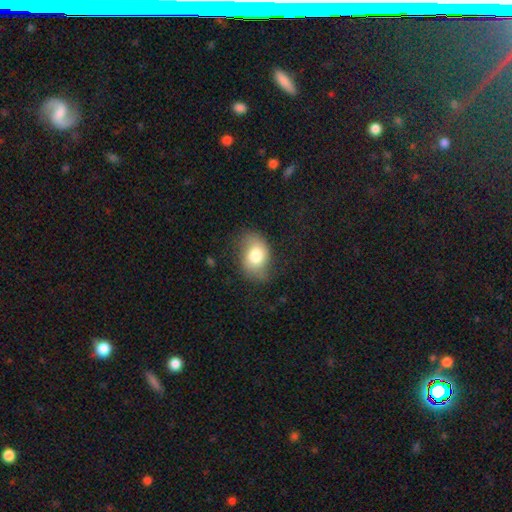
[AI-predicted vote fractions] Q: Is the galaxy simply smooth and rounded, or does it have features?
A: smooth — 70%.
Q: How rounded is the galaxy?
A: in between — 79%.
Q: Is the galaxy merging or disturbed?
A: none — 63%.